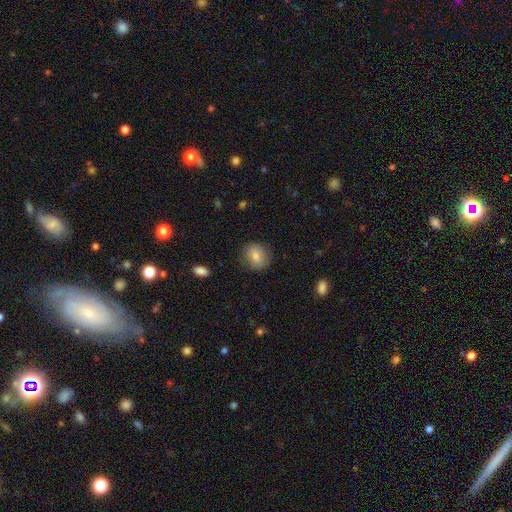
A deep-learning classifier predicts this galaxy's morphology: This appears to be a smooth galaxy with no disk features (76%) that is round (66%). Merging: none (83%).